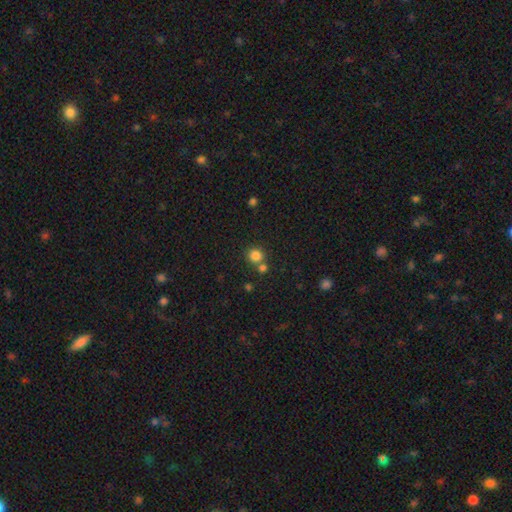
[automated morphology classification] smooth-or-featured: smooth: 82% | star or artifact: 13% | featured or disk: 5%
  how-rounded: round: 88% | in between: 11% | cigar-shaped: 1%
  merging: none: 63% | merger: 26% | minor disturbance: 8% | major disturbance: 3%